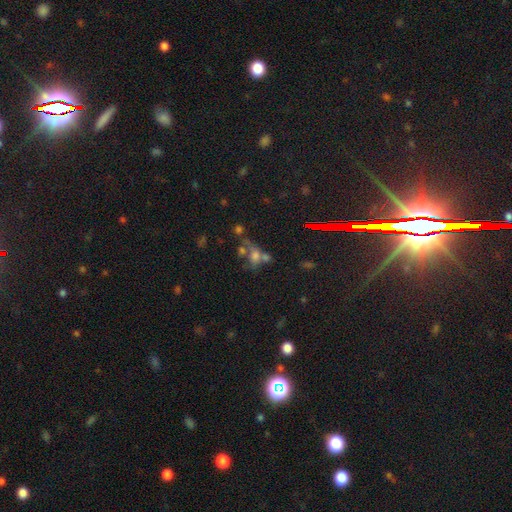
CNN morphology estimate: A smooth galaxy with no disk features (51%) that is in between round and cigar-shaped (56%). Merging: merger (44%).